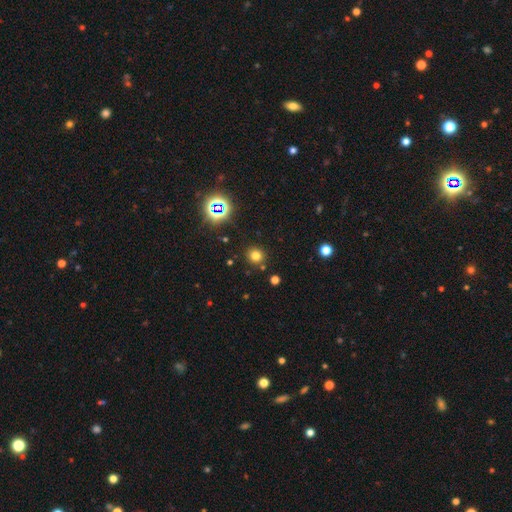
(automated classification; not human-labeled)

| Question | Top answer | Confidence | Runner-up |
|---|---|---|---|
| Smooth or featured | smooth | 72% | star or artifact (21%) |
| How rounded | round | 92% | in between (7%) |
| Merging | none | 87% | minor disturbance (7%) |